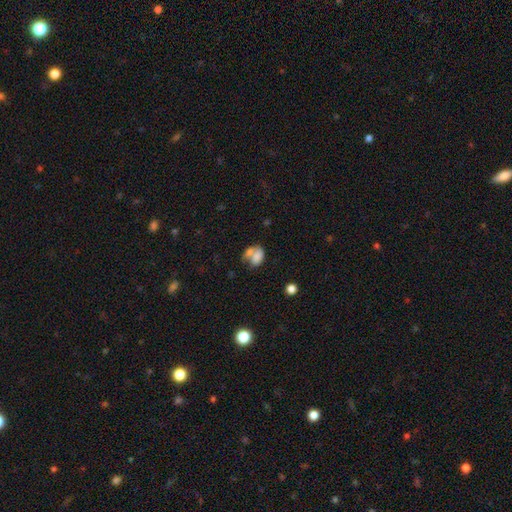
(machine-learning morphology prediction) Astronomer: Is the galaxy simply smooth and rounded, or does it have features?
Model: smooth — 70%.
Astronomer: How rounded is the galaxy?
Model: in between — 78%.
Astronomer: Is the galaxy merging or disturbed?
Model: merger — 52%.